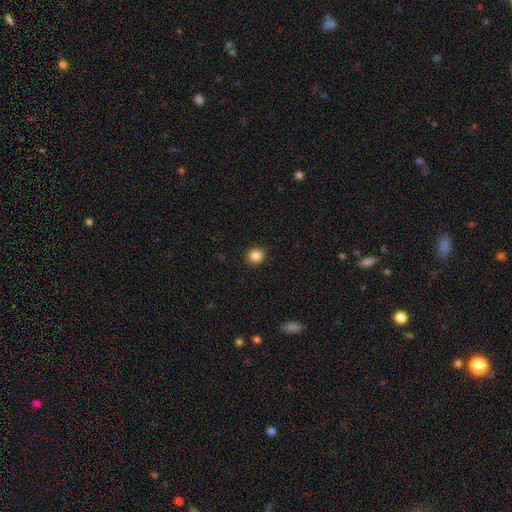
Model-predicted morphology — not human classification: A smooth galaxy with no disk features (85%) that is round (85%). Merging: none (91%).